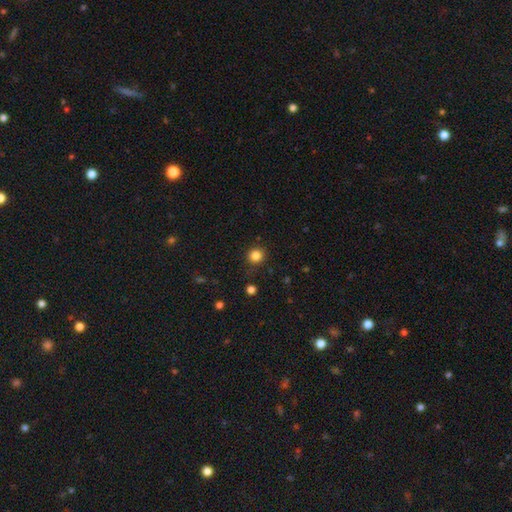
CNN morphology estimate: A smooth galaxy with no disk features (83%) that is round (91%). Merging: none (86%).